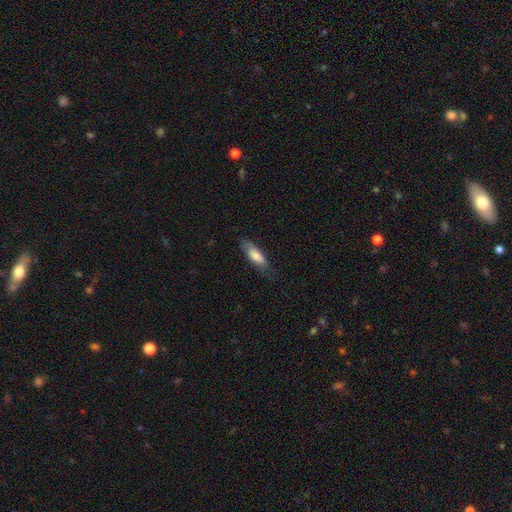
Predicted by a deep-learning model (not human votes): Q: Smooth or featured?
A: smooth (77%); runner-up: featured or disk (17%)
Q: How rounded?
A: in between (61%); runner-up: cigar-shaped (37%)
Q: Merging?
A: none (69%); runner-up: minor disturbance (23%)